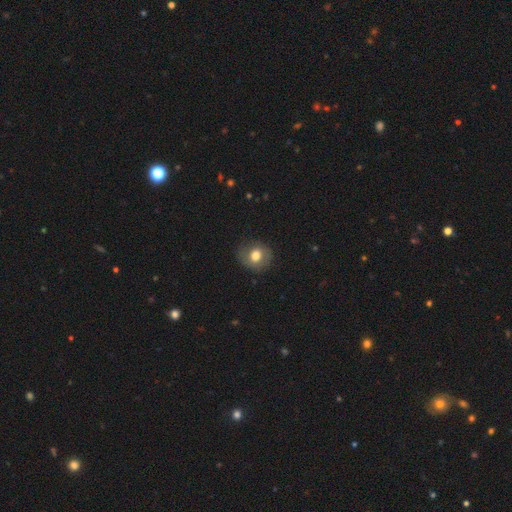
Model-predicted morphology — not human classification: type=smooth (71%); roundness=round (75%); merging=none (79%).